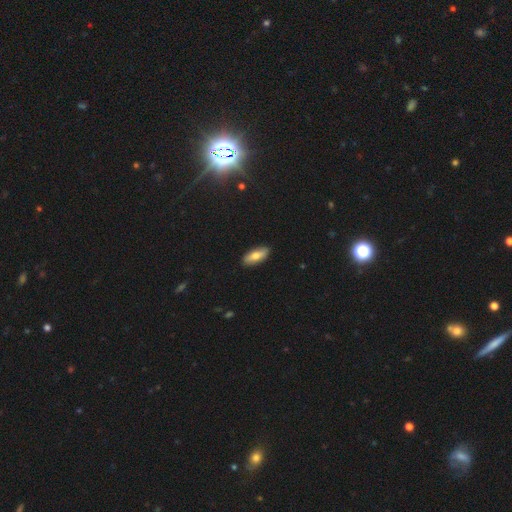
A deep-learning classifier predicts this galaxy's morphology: smooth-or-featured: smooth: 71% | featured or disk: 23% | star or artifact: 6%
  how-rounded: in between: 77% | cigar-shaped: 21% | round: 3%
  merging: none: 88% | minor disturbance: 10% | major disturbance: 2% | merger: 1%